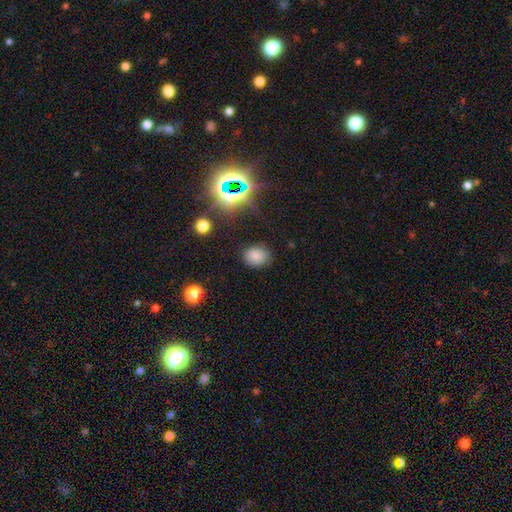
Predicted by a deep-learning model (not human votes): Smooth or featured? smooth (77%)
How rounded? round (50%)
Merging? none (81%)